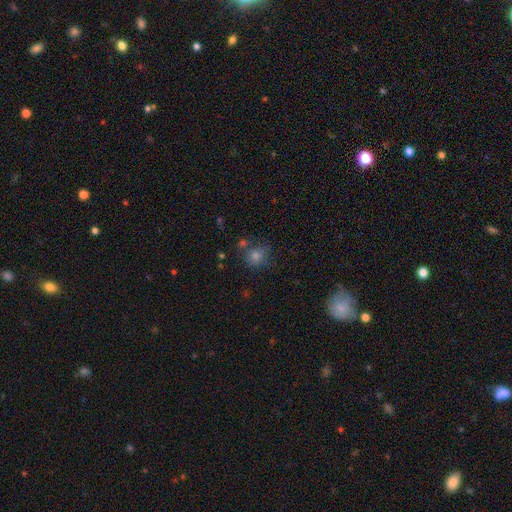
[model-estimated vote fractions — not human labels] smooth 65%, star or artifact 21%, featured or disk 14%. Down the decision tree: how rounded — round (81%); merging — none (63%).